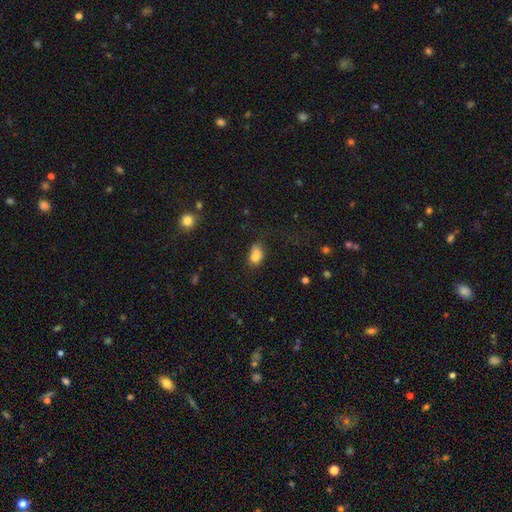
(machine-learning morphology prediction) A smooth galaxy with no disk features (72%) that is in between round and cigar-shaped (64%).

Vote fractions:
- Smooth or featured? smooth: 72% / featured or disk: 16% / star or artifact: 13%
- How rounded? in between: 64% / round: 34% / cigar-shaped: 2%
- Merging? merger: 45% / none: 31% / minor disturbance: 16% / major disturbance: 9%